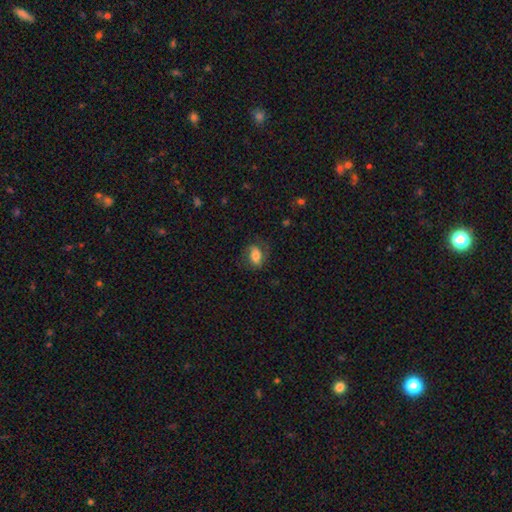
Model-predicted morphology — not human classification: Smooth or featured: smooth — 66% (featured or disk — 26%)
How rounded: in between — 82% (round — 15%)
Merging: none — 69% (minor disturbance — 20%)